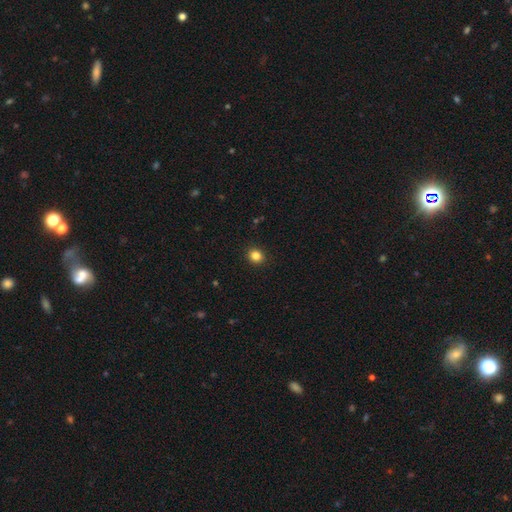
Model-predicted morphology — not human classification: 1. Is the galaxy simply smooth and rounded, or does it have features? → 84% smooth, 12% star or artifact, 4% featured or disk.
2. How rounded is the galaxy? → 82% round, 17% in between, 1% cigar-shaped.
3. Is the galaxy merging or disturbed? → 92% none, 5% minor disturbance, 2% major disturbance, 1% merger.